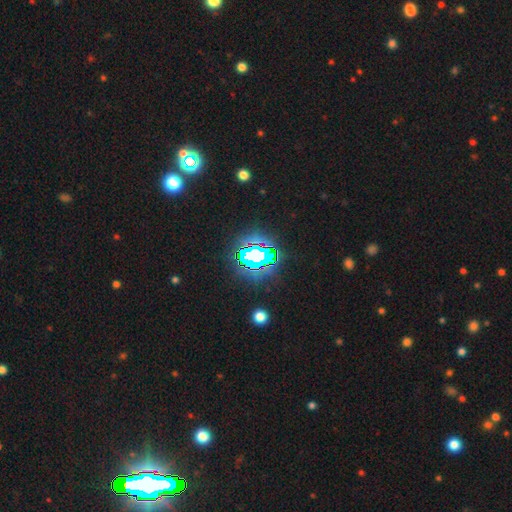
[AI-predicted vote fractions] smooth-or-featured: star or artifact: 71% | smooth: 15% | featured or disk: 14%